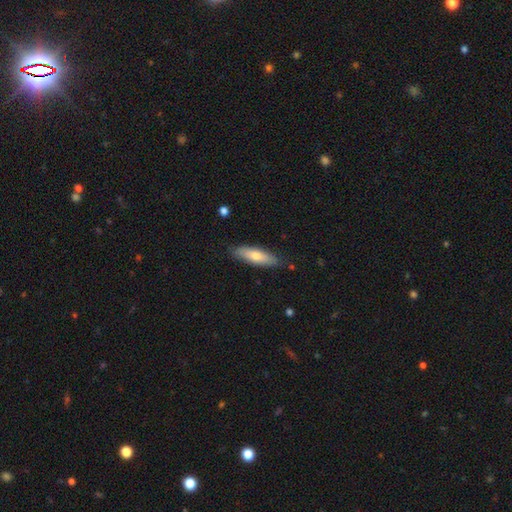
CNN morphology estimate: The model was most divided on "how rounded": cigar-shaped: 55%, in between: 44%, round: 2%. More confident: merging — none (83%); smooth or featured — smooth (70%).